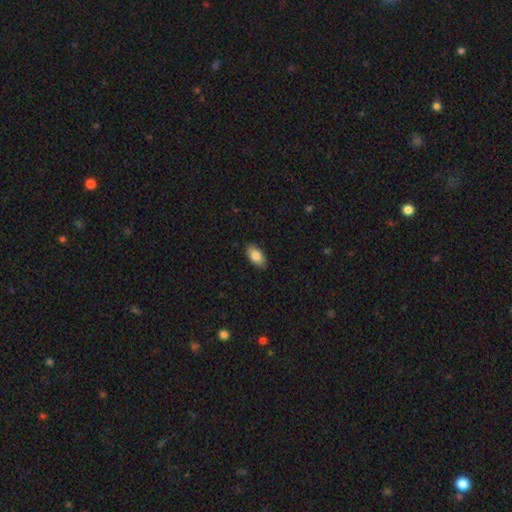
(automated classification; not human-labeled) Q: Smooth or featured?
A: smooth (83%); runner-up: featured or disk (11%)
Q: How rounded?
A: in between (93%); runner-up: cigar-shaped (4%)
Q: Merging?
A: none (88%); runner-up: minor disturbance (10%)